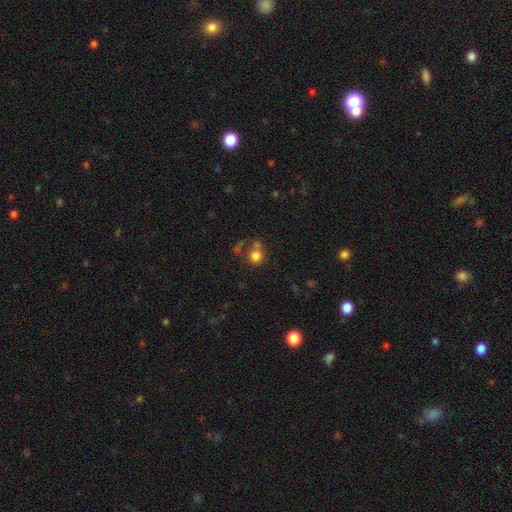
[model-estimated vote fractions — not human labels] This is likely a smooth galaxy (78%). How rounded: clearly round (85%). Merging: possibly none (52%).